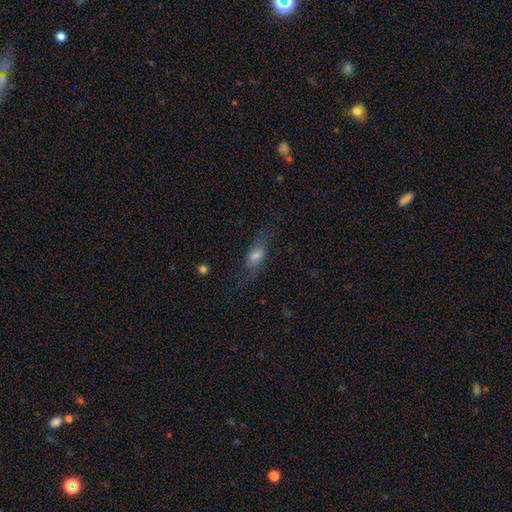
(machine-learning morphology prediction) Smooth or featured: smooth — 56% (featured or disk — 33%)
How rounded: in between — 59% (cigar-shaped — 35%)
Merging: none — 68% (minor disturbance — 19%)